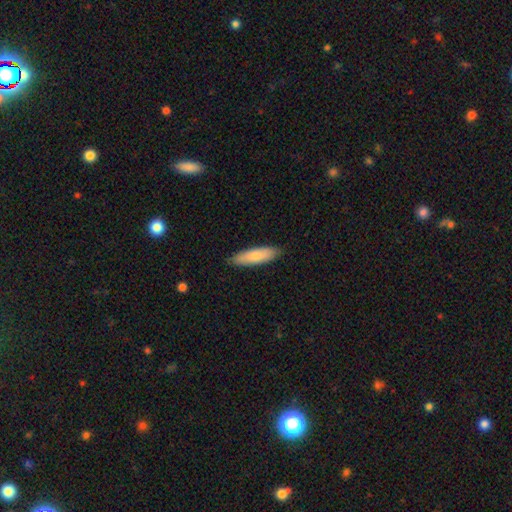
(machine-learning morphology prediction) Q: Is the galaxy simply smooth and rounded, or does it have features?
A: smooth — 79%.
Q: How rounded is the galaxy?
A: cigar-shaped — 57%.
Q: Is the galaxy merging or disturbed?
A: none — 87%.